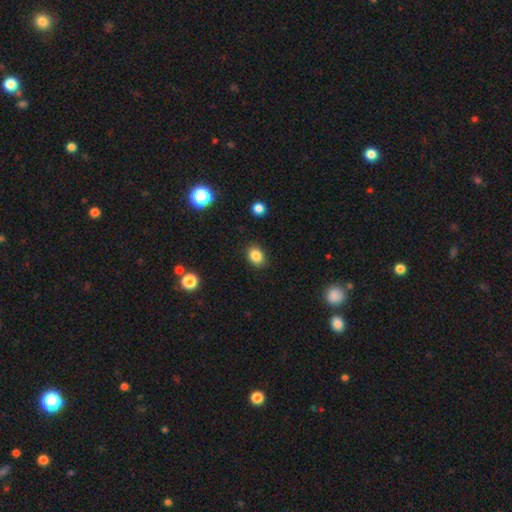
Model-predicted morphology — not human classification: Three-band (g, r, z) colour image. It shows a smooth galaxy with no disk features (85%) that is in between round and cigar-shaped (60%). Merging: none (87%).